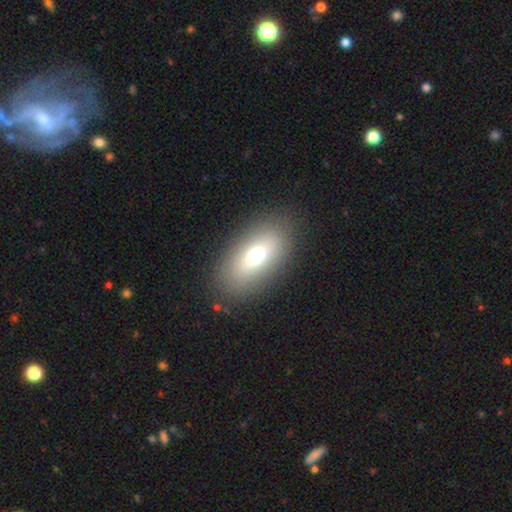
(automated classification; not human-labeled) Smooth or featured?
  - smooth: 69% *
  - featured or disk: 22%
  - star or artifact: 9%
How rounded?
  - in between: 88% *
  - cigar-shaped: 8%
  - round: 5%
Merging?
  - none: 86% *
  - minor disturbance: 9%
  - major disturbance: 4%
  - merger: 1%